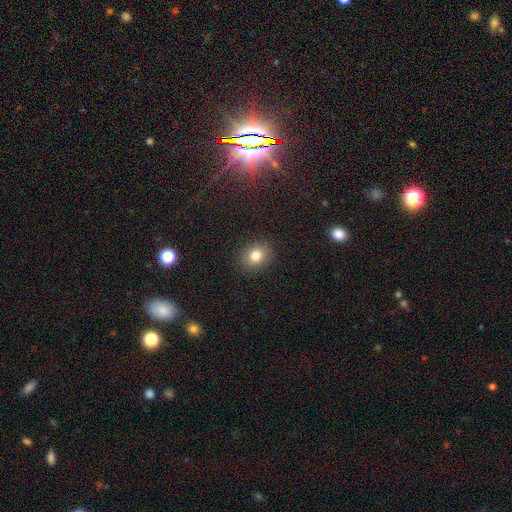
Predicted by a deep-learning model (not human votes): Morphology: type=smooth (81%); roundness=round (65%); merging=none (89%).